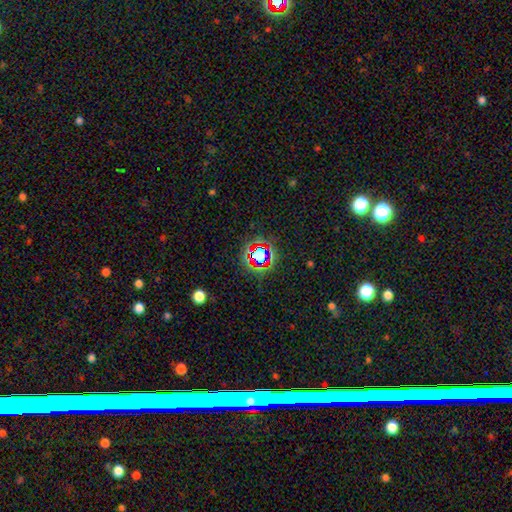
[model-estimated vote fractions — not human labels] Smooth or featured? Predicted: star or artifact (p=0.63).